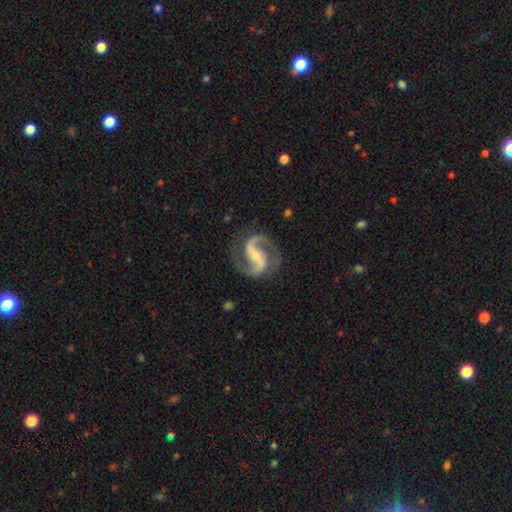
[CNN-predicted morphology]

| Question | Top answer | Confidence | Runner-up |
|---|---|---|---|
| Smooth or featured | featured or disk | 93% | star or artifact (4%) |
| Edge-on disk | no | 98% | yes (2%) |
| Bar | strong | 45% | weak (34%) |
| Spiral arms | yes | 98% | no (2%) |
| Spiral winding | medium | 61% | loose (24%) |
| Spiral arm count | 2 | 94% | can't tell (1%) |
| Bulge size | small | 58% | moderate (35%) |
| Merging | none | 82% | minor disturbance (12%) |